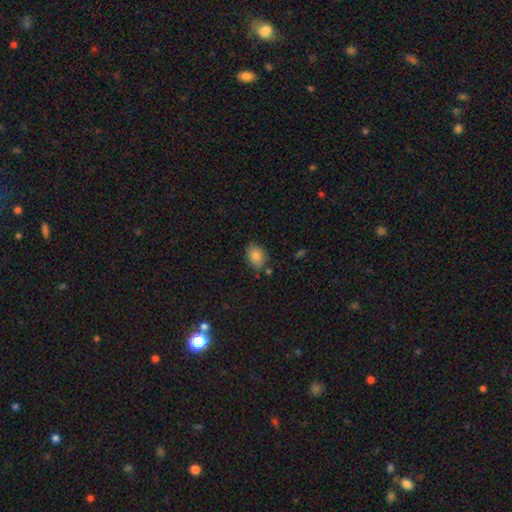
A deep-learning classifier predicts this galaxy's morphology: Smooth or featured? smooth (83%)
How rounded? in between (63%)
Merging? none (71%)